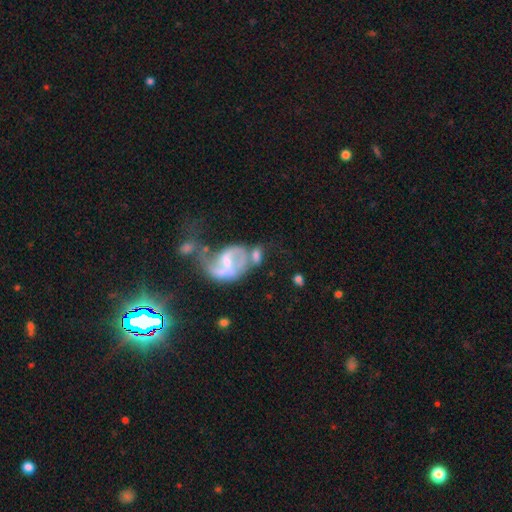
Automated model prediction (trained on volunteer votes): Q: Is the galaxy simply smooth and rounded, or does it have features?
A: featured or disk — 57%.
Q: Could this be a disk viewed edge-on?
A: no — 96%.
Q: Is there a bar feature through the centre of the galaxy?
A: weak — 44%.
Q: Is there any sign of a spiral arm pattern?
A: yes — 71%.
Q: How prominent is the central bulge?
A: moderate — 41%.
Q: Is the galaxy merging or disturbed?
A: merger — 39%.